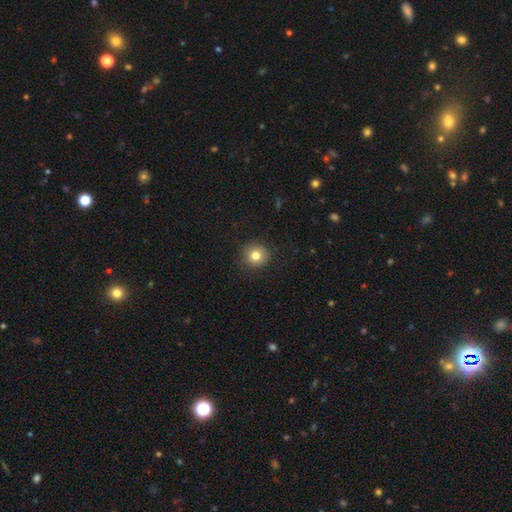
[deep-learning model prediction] Morphology: type=smooth (81%); roundness=round (93%); merging=none (90%).